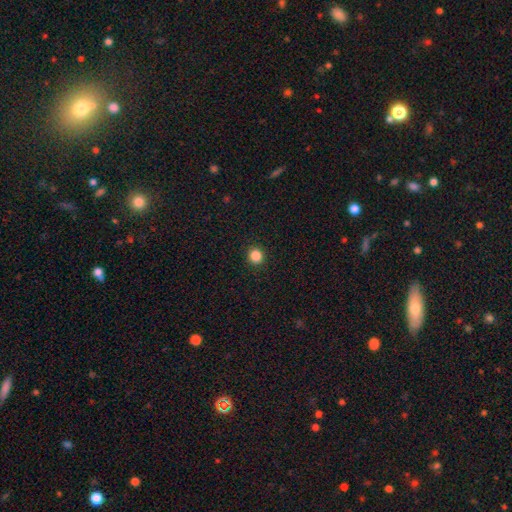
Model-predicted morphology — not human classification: A smooth galaxy with no disk features (86%) that is round (92%).

Vote fractions:
- Smooth or featured? smooth: 86% / star or artifact: 11% / featured or disk: 3%
- How rounded? round: 92% / in between: 7% / cigar-shaped: 1%
- Merging? none: 93% / minor disturbance: 5% / major disturbance: 2% / merger: 1%